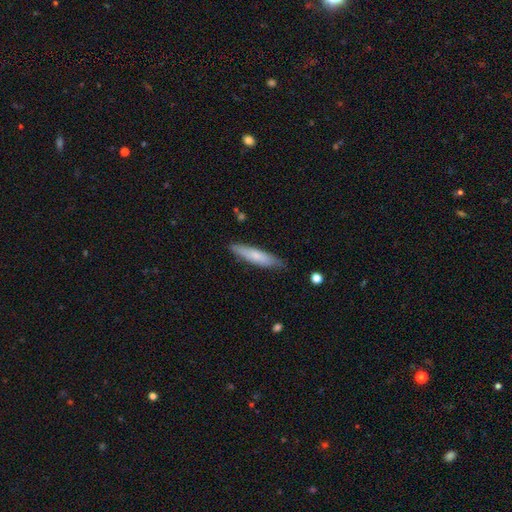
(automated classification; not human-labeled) This is likely a smooth galaxy (67%). How rounded: clearly cigar-shaped (82%). Merging: likely none (80%).